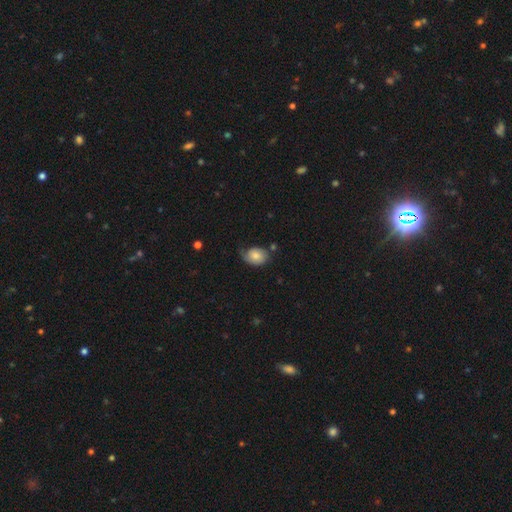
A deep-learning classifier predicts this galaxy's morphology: A smooth galaxy with no disk features (60%) that is in between round and cigar-shaped (69%). Merging: none (46%).